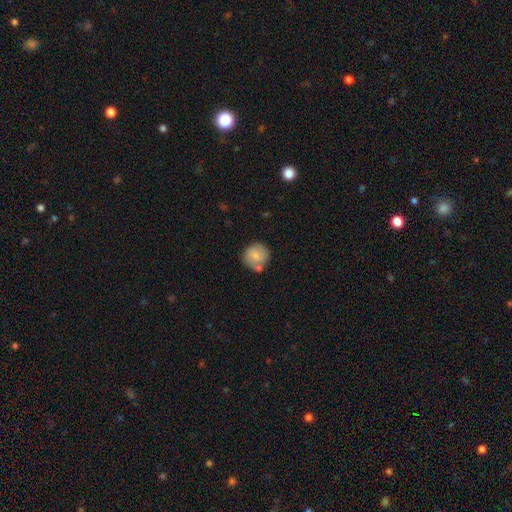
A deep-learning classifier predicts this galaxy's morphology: smooth 67%, featured or disk 26%, star or artifact 7%. Down the decision tree: how rounded — round (88%); merging — none (54%).